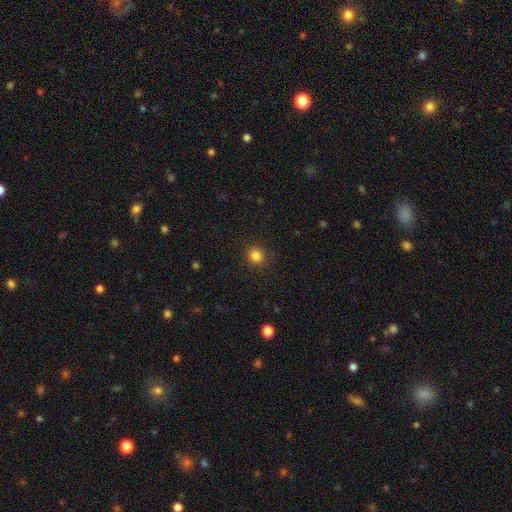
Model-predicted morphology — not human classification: Smooth or featured: smooth — 84% (star or artifact — 12%)
How rounded: round — 87% (in between — 12%)
Merging: none — 90% (minor disturbance — 6%)